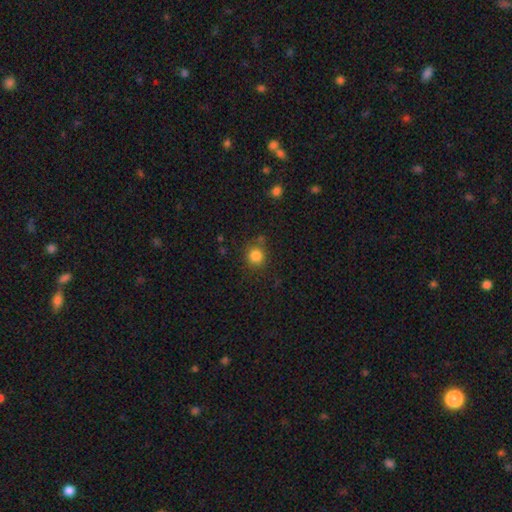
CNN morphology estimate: Smooth or featured? smooth (84%)
How rounded? round (91%)
Merging? none (80%)